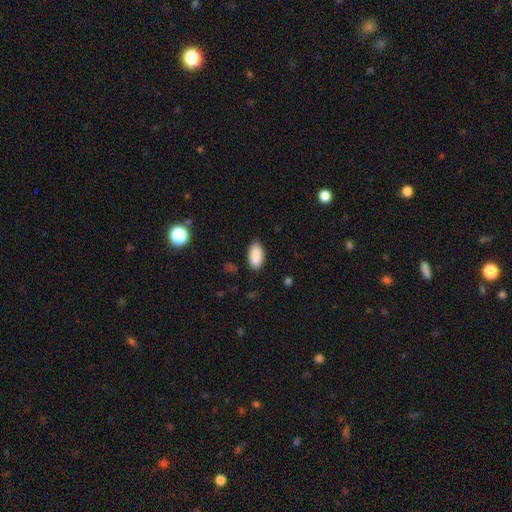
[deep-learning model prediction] A smooth galaxy with no disk features (90%) that is in between round and cigar-shaped (94%). Merging: none (87%).